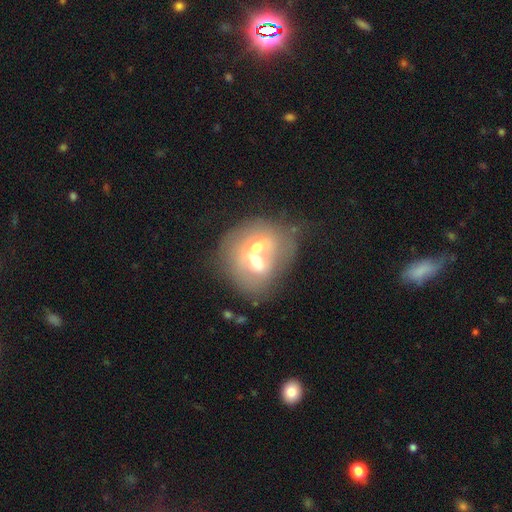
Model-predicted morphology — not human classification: This is possibly a smooth galaxy (47%). Merging: likely merger (71%).